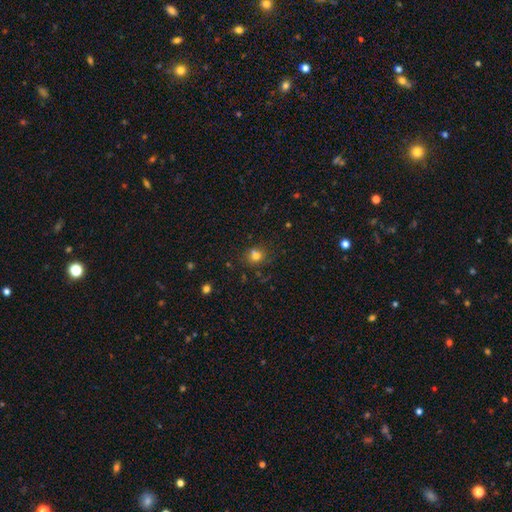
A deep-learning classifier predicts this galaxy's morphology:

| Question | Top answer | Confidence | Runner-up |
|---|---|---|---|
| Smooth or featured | smooth | 73% | star or artifact (17%) |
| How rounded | round | 72% | in between (27%) |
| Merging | none | 61% | merger (17%) |